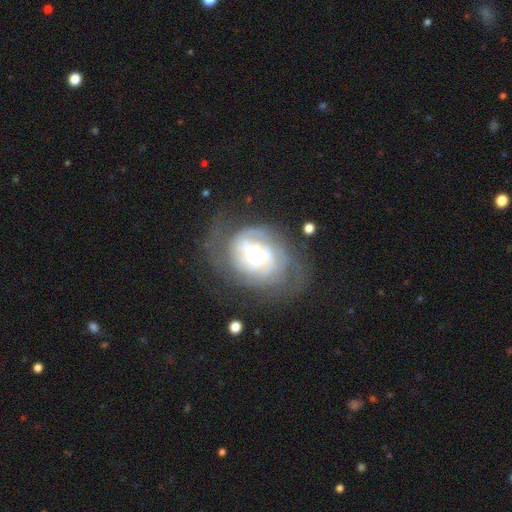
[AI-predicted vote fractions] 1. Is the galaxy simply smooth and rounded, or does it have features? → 75% featured or disk, 18% smooth, 7% star or artifact.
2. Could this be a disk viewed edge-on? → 97% no, 3% yes.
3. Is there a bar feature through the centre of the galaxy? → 66% no, 26% weak, 8% strong.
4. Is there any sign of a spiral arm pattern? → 82% yes, 18% no.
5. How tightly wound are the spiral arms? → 52% tight, 33% medium, 14% loose.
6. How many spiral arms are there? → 40% can't tell, 31% 2, 13% 3, 6% 1, 6% 4, 4% more than 4.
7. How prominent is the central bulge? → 44% moderate, 35% small, 15% large, 3% dominant, 2% none.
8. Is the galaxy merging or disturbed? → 53% none, 23% major disturbance, 21% minor disturbance, 3% merger.